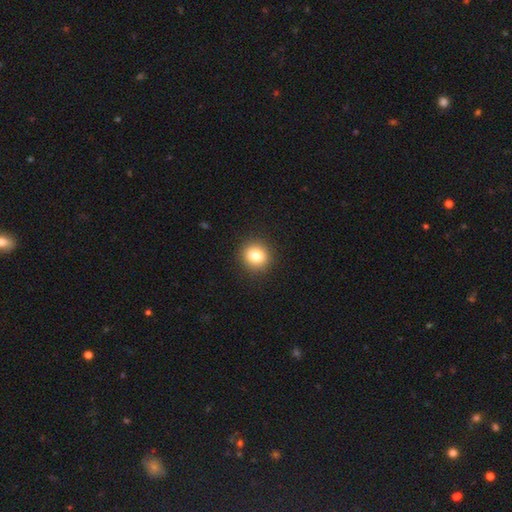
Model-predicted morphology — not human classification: The model was most divided on "how rounded": round: 84%, in between: 15%, cigar-shaped: 1%. More confident: merging — none (92%); smooth or featured — smooth (81%).